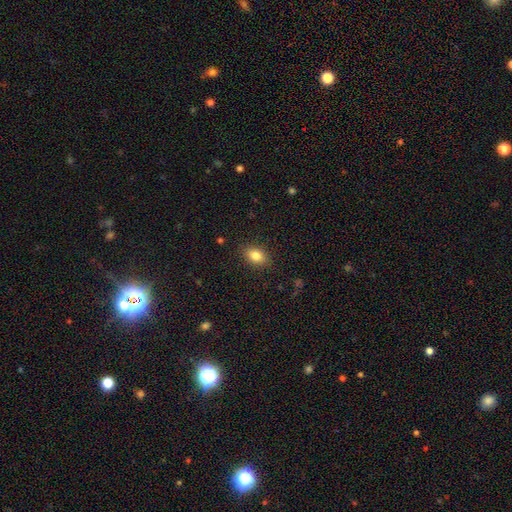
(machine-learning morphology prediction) Smooth or featured?
  - smooth: 83% *
  - star or artifact: 10%
  - featured or disk: 8%
How rounded?
  - in between: 77% *
  - round: 22%
  - cigar-shaped: 2%
Merging?
  - none: 88% *
  - minor disturbance: 9%
  - major disturbance: 2%
  - merger: 1%